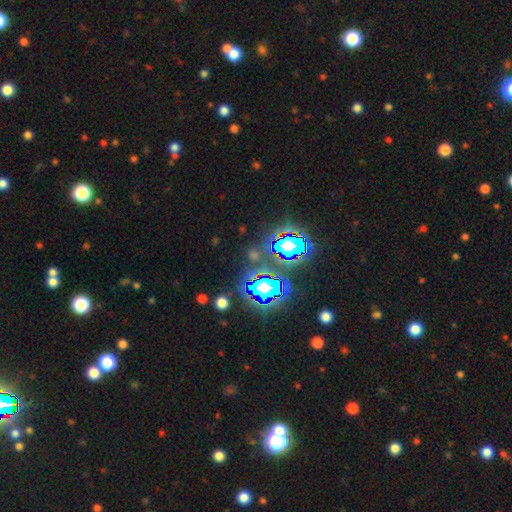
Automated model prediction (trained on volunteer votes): Smooth or featured? star or artifact (74%)